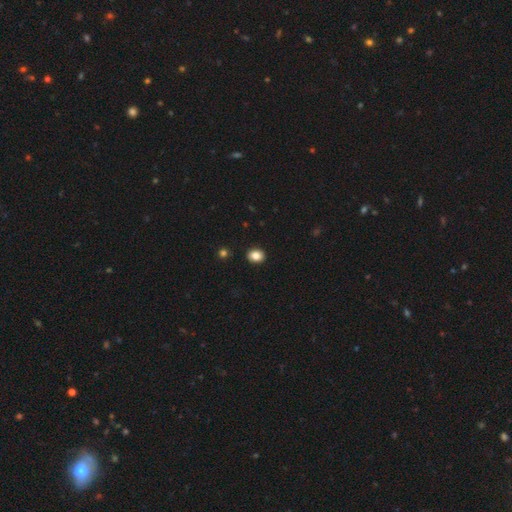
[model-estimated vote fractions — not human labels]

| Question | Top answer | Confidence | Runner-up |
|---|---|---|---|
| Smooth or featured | smooth | 84% | star or artifact (10%) |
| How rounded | round | 52% | in between (48%) |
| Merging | none | 91% | minor disturbance (6%) |